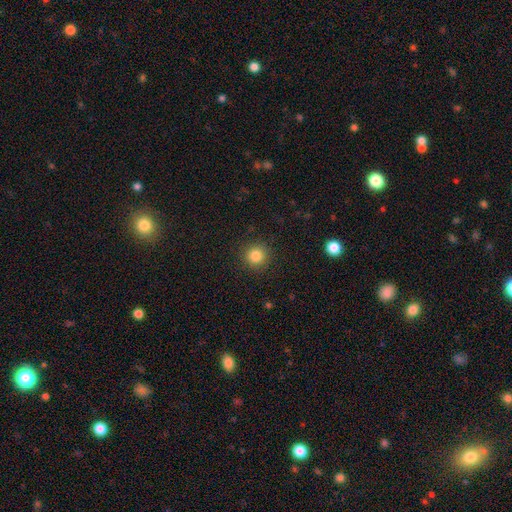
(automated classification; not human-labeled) This appears to be a smooth galaxy with no disk features (84%) that is round (94%). Merging: none (91%).